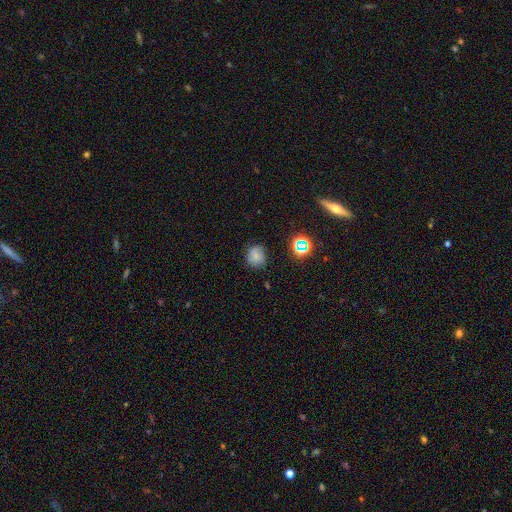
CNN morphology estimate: type=smooth (62%); roundness=round (77%); merging=none (69%).